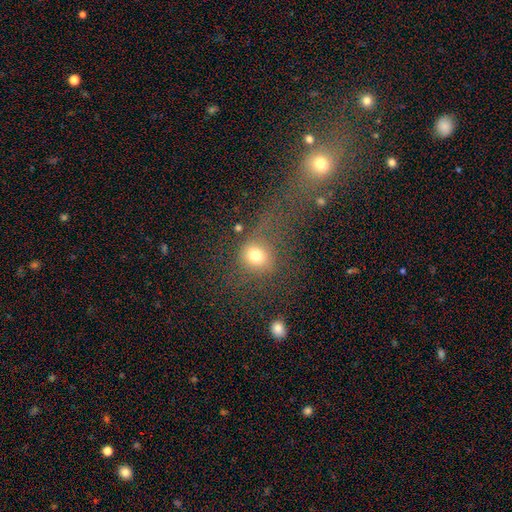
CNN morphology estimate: This appears to be a smooth galaxy with no disk features (71%) that is round (79%). Merging: none (47%).